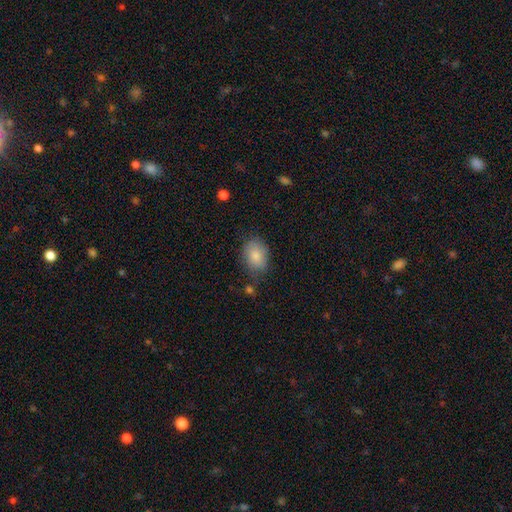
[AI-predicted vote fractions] smooth 83%, featured or disk 10%, star or artifact 7%. Down the decision tree: how rounded — in between (73%); merging — none (74%).